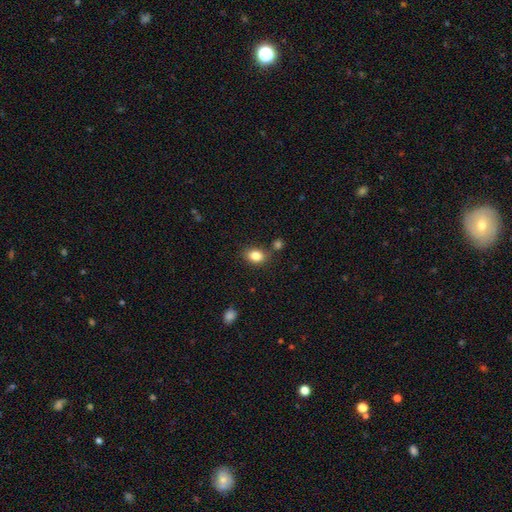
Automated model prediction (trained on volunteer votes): Smooth or featured: smooth — 84% (star or artifact — 9%)
How rounded: in between — 73% (round — 26%)
Merging: none — 76% (minor disturbance — 13%)